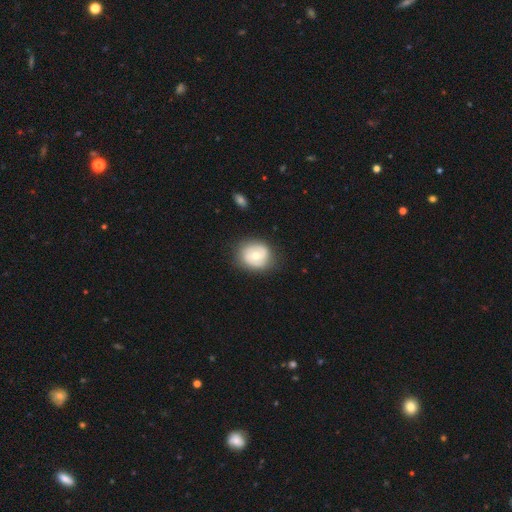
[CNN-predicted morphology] Smooth or featured: smooth — 48% (featured or disk — 46%)
Merging: none — 80% (minor disturbance — 15%)